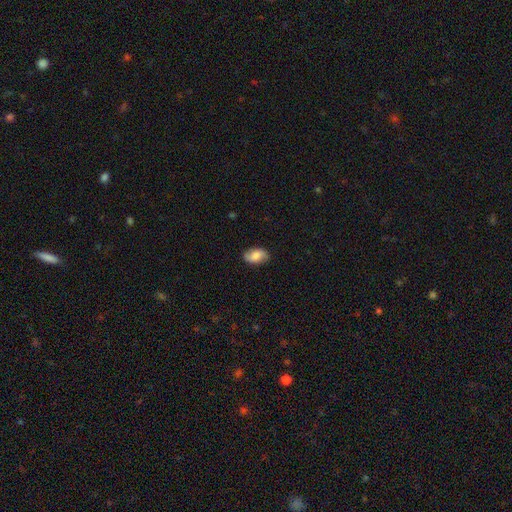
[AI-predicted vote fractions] smooth-or-featured: smooth: 66% | featured or disk: 26% | star or artifact: 8%
  how-rounded: in between: 91% | round: 7% | cigar-shaped: 2%
  merging: none: 83% | minor disturbance: 13% | major disturbance: 3% | merger: 1%